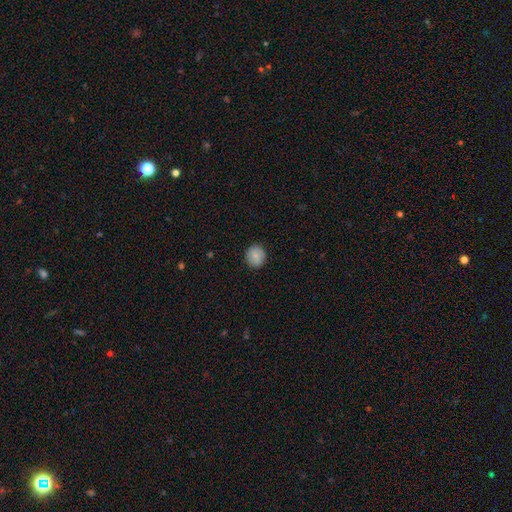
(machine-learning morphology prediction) A smooth galaxy with no disk features (84%) that is round (86%).

Vote fractions:
- Smooth or featured? smooth: 84% / star or artifact: 8% / featured or disk: 8%
- How rounded? round: 86% / in between: 13% / cigar-shaped: 1%
- Merging? none: 89% / minor disturbance: 8% / major disturbance: 2% / merger: 1%